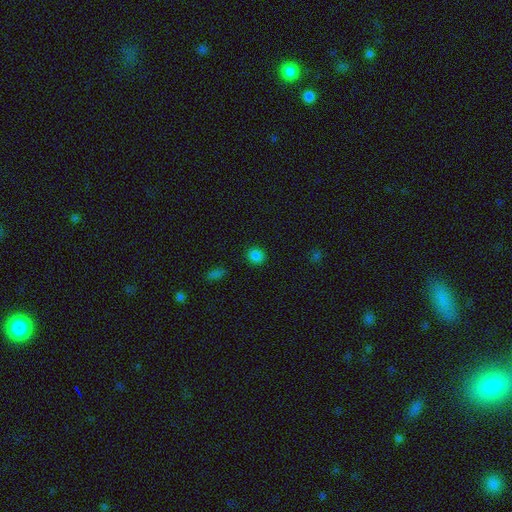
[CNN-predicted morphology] This appears to be a smooth galaxy with no disk features (84%) that is round (87%). Merging: none (91%).